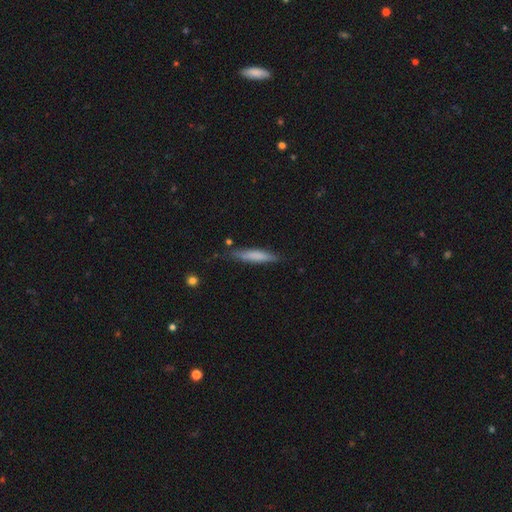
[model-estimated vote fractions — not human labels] Smooth or featured?
  - smooth: 69% *
  - featured or disk: 25%
  - star or artifact: 6%
How rounded?
  - cigar-shaped: 89% *
  - in between: 10%
  - round: 1%
Merging?
  - none: 80% *
  - minor disturbance: 15%
  - major disturbance: 3%
  - merger: 2%